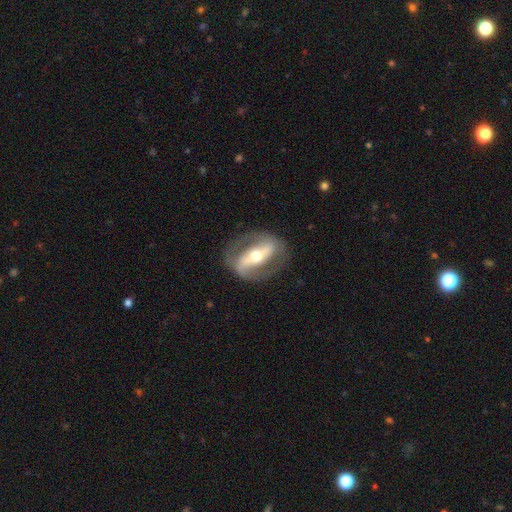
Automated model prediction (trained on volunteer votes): Smooth or featured? featured or disk (83%)
Edge-on disk? no (84%)
Bar? strong (74%)
Spiral arms? yes (68%)
Bulge size? moderate (68%)
Merging? none (80%)